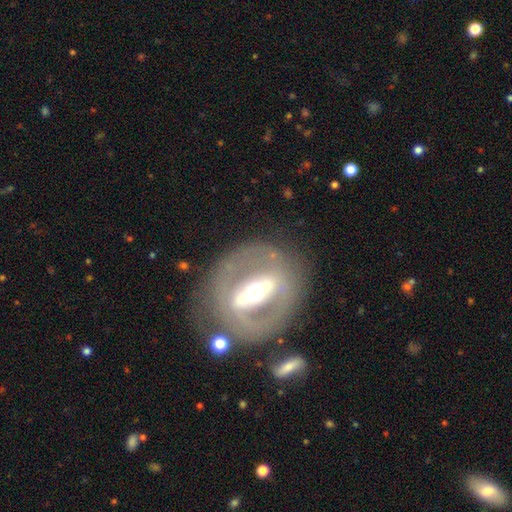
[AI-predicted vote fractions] A featured or disk galaxy (78%) with a strong bar (69%), no spiral arms (66%) and a moderate central bulge (65%). Merging: none (74%).